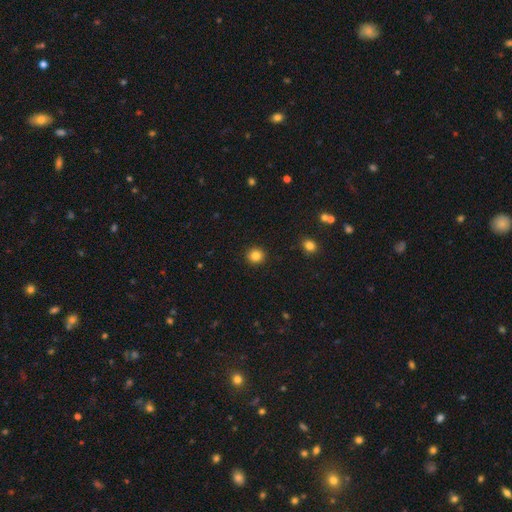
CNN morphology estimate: type=smooth (84%); roundness=round (92%); merging=none (92%).